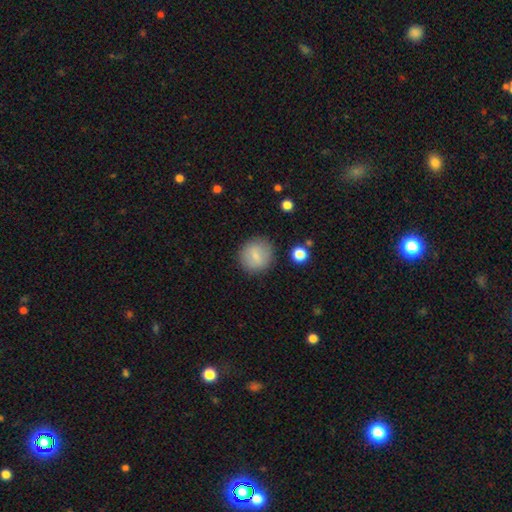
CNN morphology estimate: Smooth or featured: smooth — 76% (featured or disk — 16%)
How rounded: round — 85% (in between — 13%)
Merging: none — 86% (minor disturbance — 9%)